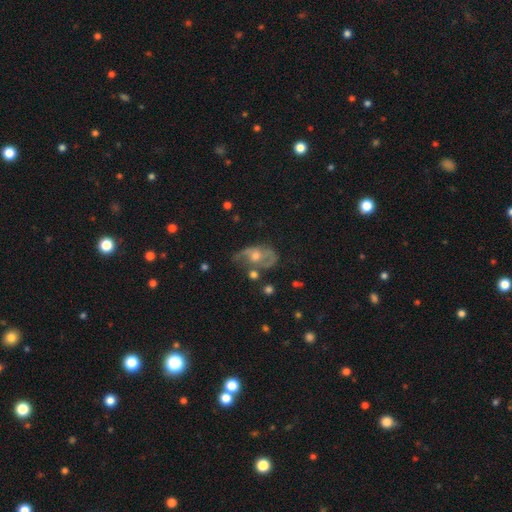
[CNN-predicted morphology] This is likely a featured or disk galaxy (63%). It is clearly not viewed edge-on (94%). Bar: likely no (74%). Spiral arm pattern: likely yes (60%). Central bulge: likely moderate (63%). Merging: marginally none (35%).